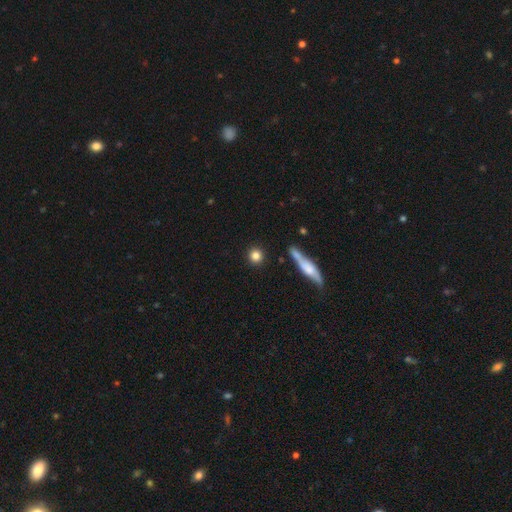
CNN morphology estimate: smooth 82%, star or artifact 9%, featured or disk 9%. Down the decision tree: how rounded — round (91%); merging — none (87%).